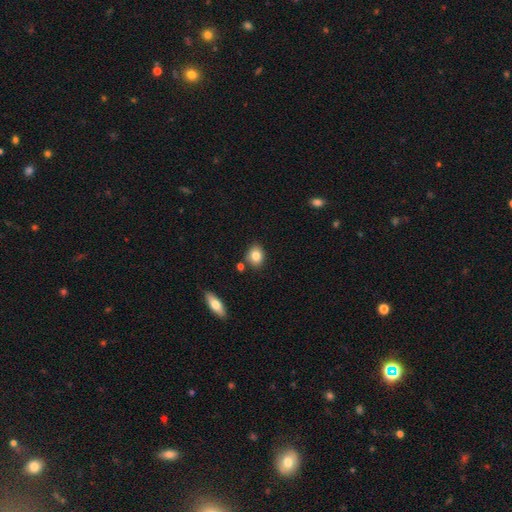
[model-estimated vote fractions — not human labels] Smooth or featured?
  - smooth: 82% *
  - featured or disk: 9%
  - star or artifact: 9%
How rounded?
  - in between: 54% *
  - round: 44%
  - cigar-shaped: 2%
Merging?
  - none: 79% *
  - minor disturbance: 11%
  - merger: 7%
  - major disturbance: 2%